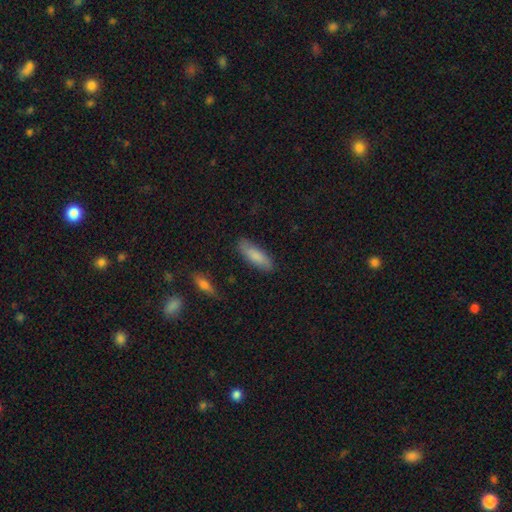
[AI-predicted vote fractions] smooth-or-featured: smooth: 83% | featured or disk: 11% | star or artifact: 6%
  how-rounded: in between: 53% | cigar-shaped: 45% | round: 2%
  merging: none: 84% | minor disturbance: 12% | major disturbance: 2% | merger: 2%